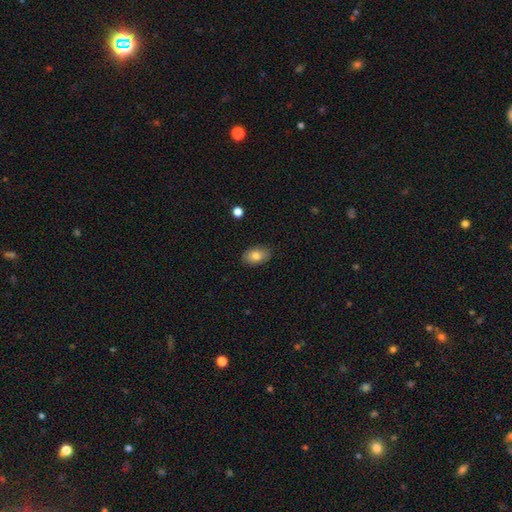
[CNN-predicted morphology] smooth-or-featured: smooth: 82% | featured or disk: 11% | star or artifact: 8%
  how-rounded: in between: 90% | round: 9% | cigar-shaped: 1%
  merging: none: 86% | minor disturbance: 10% | major disturbance: 2% | merger: 1%